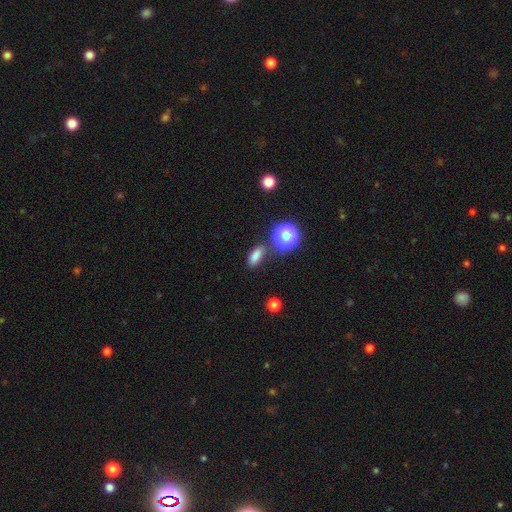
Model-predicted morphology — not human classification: smooth-or-featured: smooth: 77% | star or artifact: 16% | featured or disk: 6%
  how-rounded: in between: 70% | cigar-shaped: 16% | round: 14%
  merging: none: 78% | minor disturbance: 12% | merger: 7% | major disturbance: 4%